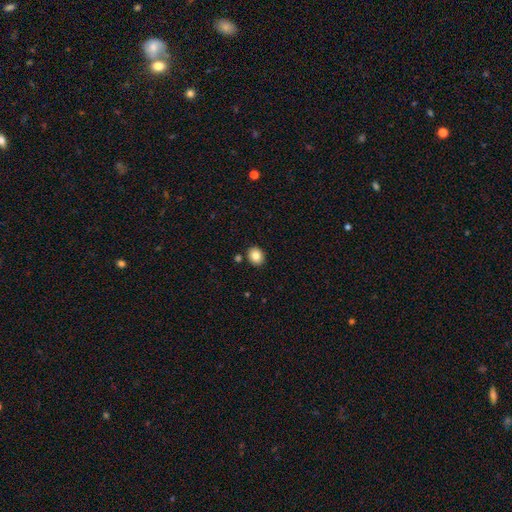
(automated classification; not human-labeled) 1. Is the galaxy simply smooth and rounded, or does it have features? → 84% smooth, 9% star or artifact, 7% featured or disk.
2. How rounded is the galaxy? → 61% round, 38% in between, 1% cigar-shaped.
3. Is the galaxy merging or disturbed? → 87% none, 8% minor disturbance, 4% merger, 2% major disturbance.